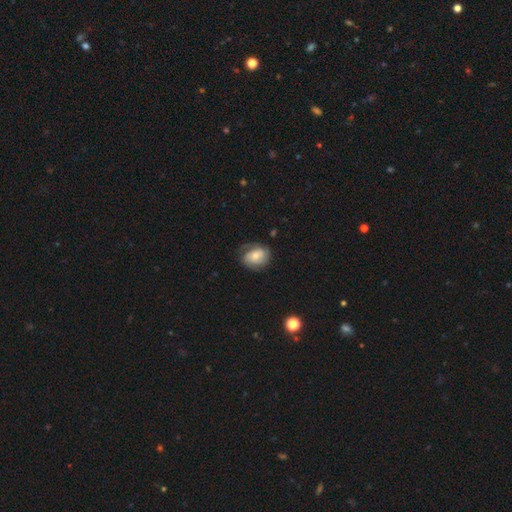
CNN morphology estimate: type=featured or disk (55%); edge-on=no (97%); bar=no (63%); spiral arms=yes (82%); bulge=moderate (54%); merging=none (60%).